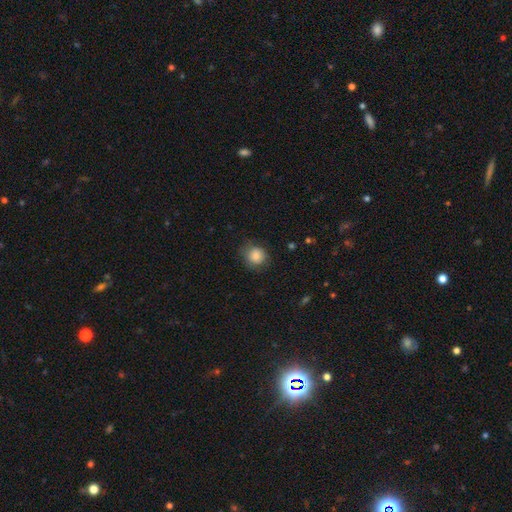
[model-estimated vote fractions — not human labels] A smooth galaxy with no disk features (80%) that is round (83%). Merging: none (71%).